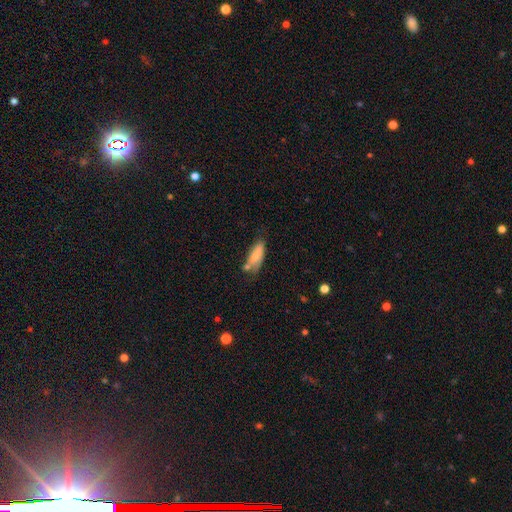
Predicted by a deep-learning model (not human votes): A smooth galaxy with no disk features (76%) that is in between round and cigar-shaped (64%).

Vote fractions:
- Smooth or featured? smooth: 76% / featured or disk: 17% / star or artifact: 7%
- How rounded? in between: 64% / cigar-shaped: 34% / round: 2%
- Merging? none: 53% / minor disturbance: 25% / merger: 15% / major disturbance: 7%